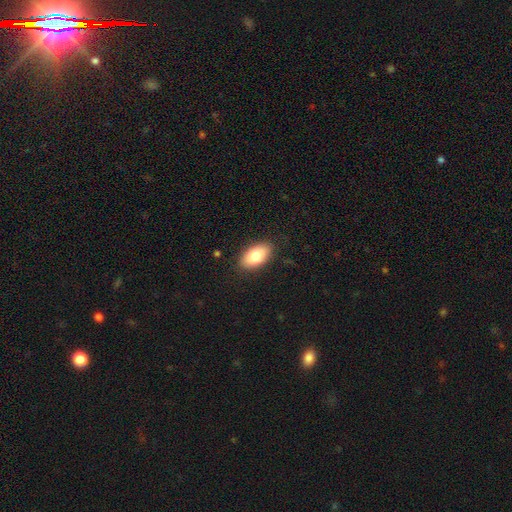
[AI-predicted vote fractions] Morphology: type=smooth (79%); roundness=in between (93%); merging=none (87%).